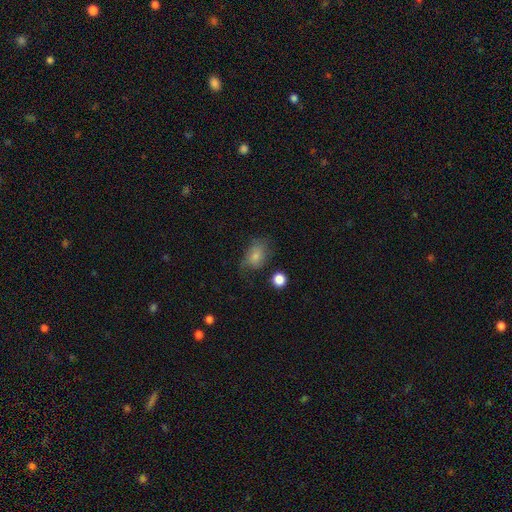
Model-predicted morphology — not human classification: This appears to be a smooth galaxy with no disk features (75%) that is in between round and cigar-shaped (76%). Merging: none (51%).